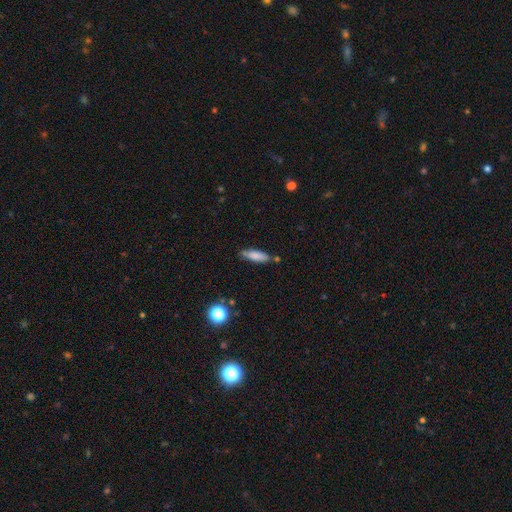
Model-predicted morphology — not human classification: type=smooth (79%); roundness=cigar-shaped (53%); merging=none (74%).